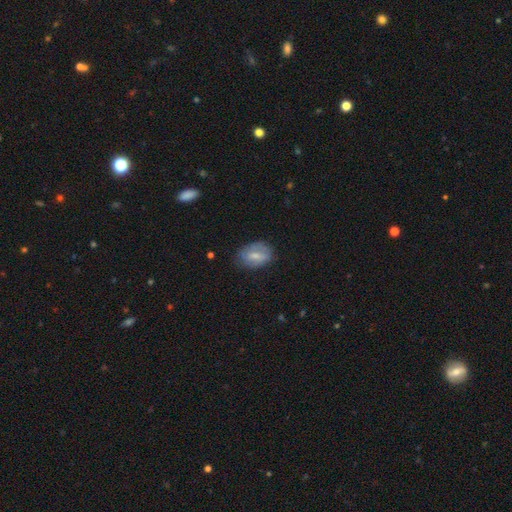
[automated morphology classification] The model was most divided on "smooth or featured": smooth: 59%, featured or disk: 34%, star or artifact: 7%. More confident: how rounded — in between (84%); merging — none (68%).